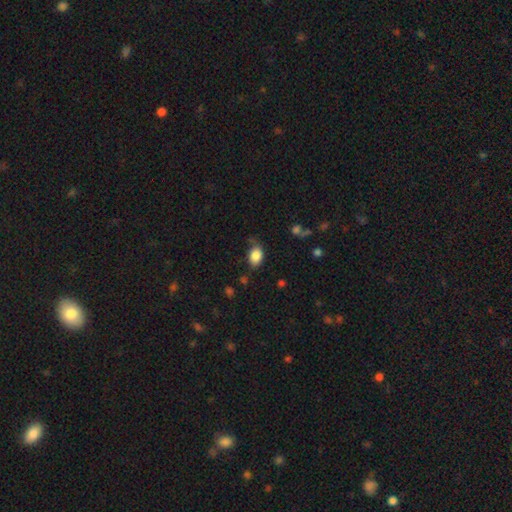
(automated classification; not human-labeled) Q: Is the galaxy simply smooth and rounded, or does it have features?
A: smooth — 85%.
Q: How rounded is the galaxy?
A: in between — 81%.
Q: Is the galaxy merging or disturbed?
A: none — 68%.